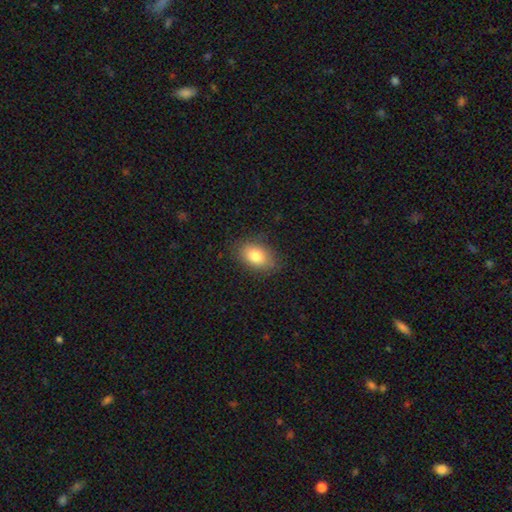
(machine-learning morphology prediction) smooth 80%, featured or disk 11%, star or artifact 9%. Down the decision tree: how rounded — in between (80%); merging — none (82%).